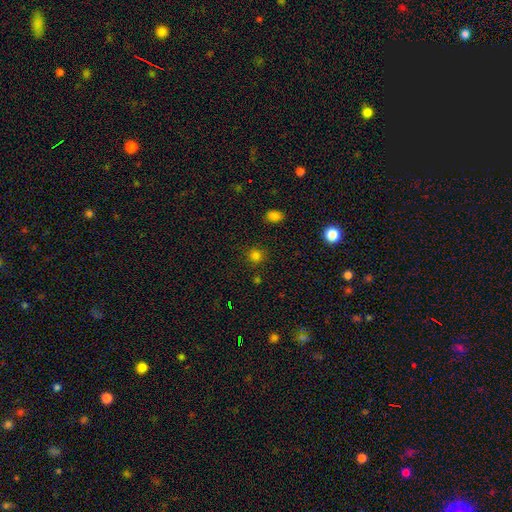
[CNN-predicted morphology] Smooth or featured? Predicted: smooth (p=0.77). How rounded? Predicted: round (p=0.90). Merging? Predicted: none (p=0.85).